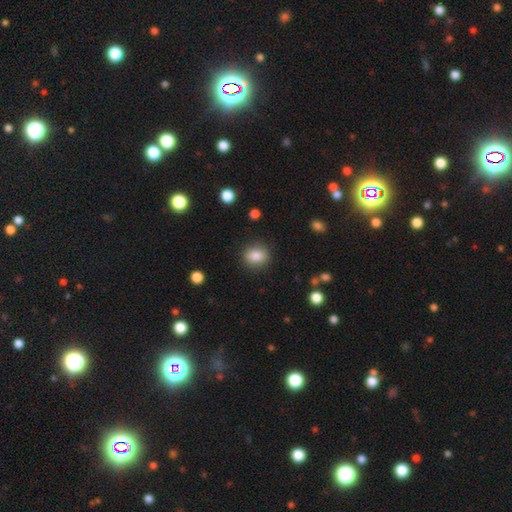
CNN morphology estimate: smooth_or_featured: smooth (p=0.83) [alt: star or artifact p=0.09]
how_rounded: round (p=0.71) [alt: in between p=0.28]
merging: none (p=0.87) [alt: minor disturbance p=0.08]